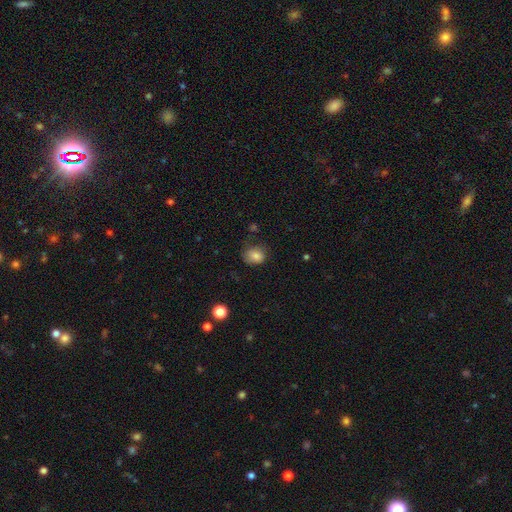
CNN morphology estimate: Smooth or featured: smooth — 83% (star or artifact — 10%)
How rounded: round — 51% (in between — 49%)
Merging: none — 64% (minor disturbance — 26%)